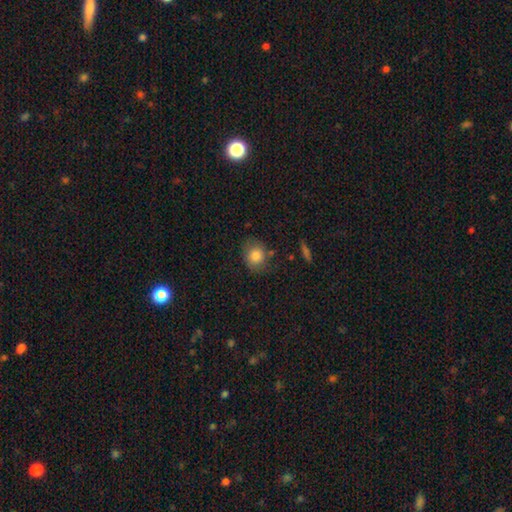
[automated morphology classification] Smooth or featured?
  - smooth: 83% *
  - star or artifact: 9%
  - featured or disk: 8%
How rounded?
  - round: 70% *
  - in between: 29%
  - cigar-shaped: 1%
Merging?
  - none: 71% *
  - minor disturbance: 20%
  - major disturbance: 6%
  - merger: 4%